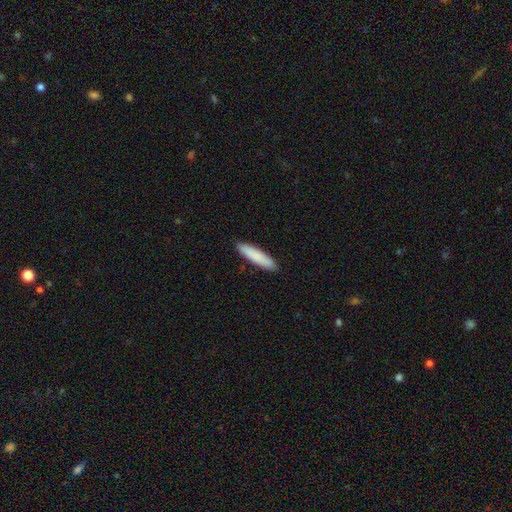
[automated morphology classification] Q: Smooth or featured?
A: smooth (86%); runner-up: featured or disk (8%)
Q: How rounded?
A: cigar-shaped (82%); runner-up: in between (17%)
Q: Merging?
A: none (91%); runner-up: minor disturbance (7%)